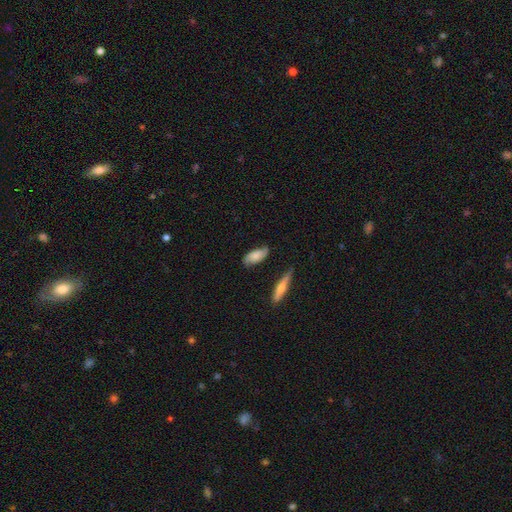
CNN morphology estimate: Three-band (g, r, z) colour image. It shows a smooth galaxy with no disk features (57%) that is in between round and cigar-shaped (83%). Merging: none (70%).